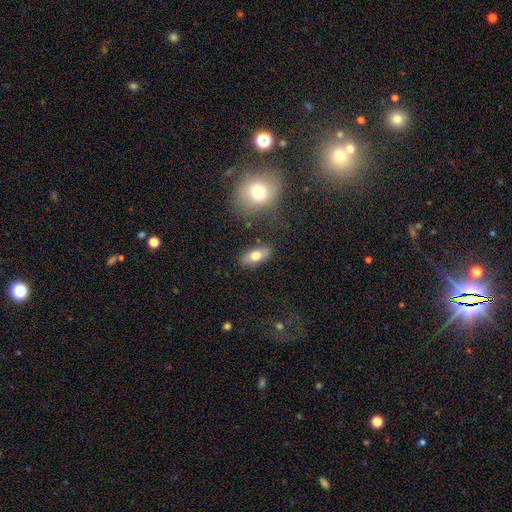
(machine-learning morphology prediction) Smooth or featured?
  - smooth: 72% *
  - featured or disk: 20%
  - star or artifact: 8%
How rounded?
  - in between: 83% *
  - cigar-shaped: 12%
  - round: 5%
Merging?
  - none: 82% *
  - minor disturbance: 11%
  - merger: 4%
  - major disturbance: 3%